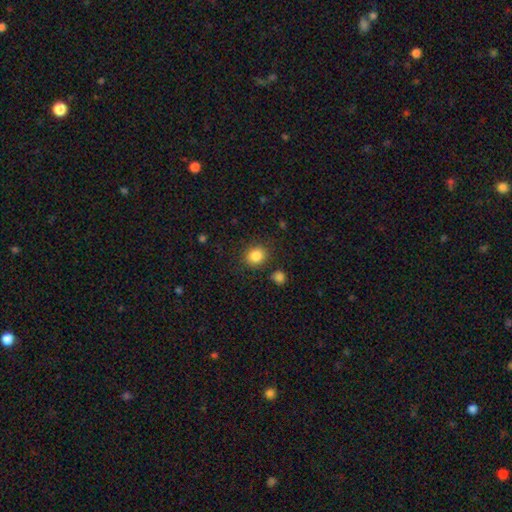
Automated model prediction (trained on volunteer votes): Morphology: type=smooth (86%); roundness=round (75%); merging=none (84%).